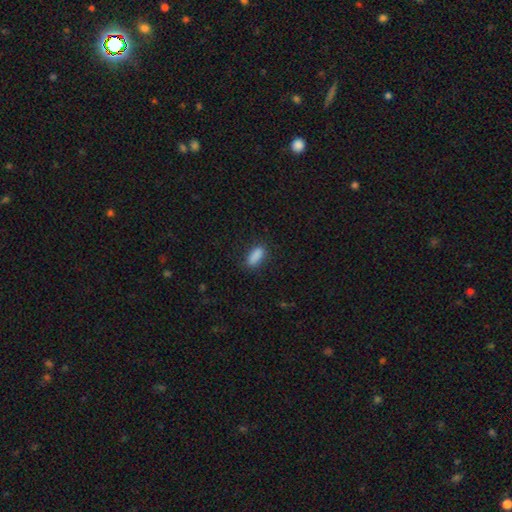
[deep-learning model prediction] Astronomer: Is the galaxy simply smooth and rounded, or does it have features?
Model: smooth — 88%.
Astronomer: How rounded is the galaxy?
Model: in between — 75%.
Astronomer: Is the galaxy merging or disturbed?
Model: none — 84%.